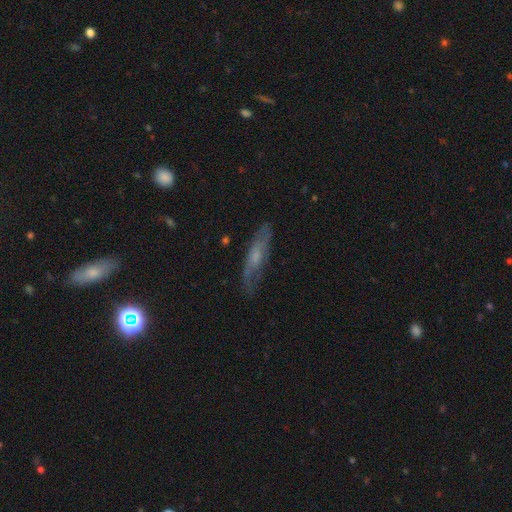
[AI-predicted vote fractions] A featured or disk galaxy (55%). Merging: none (69%).